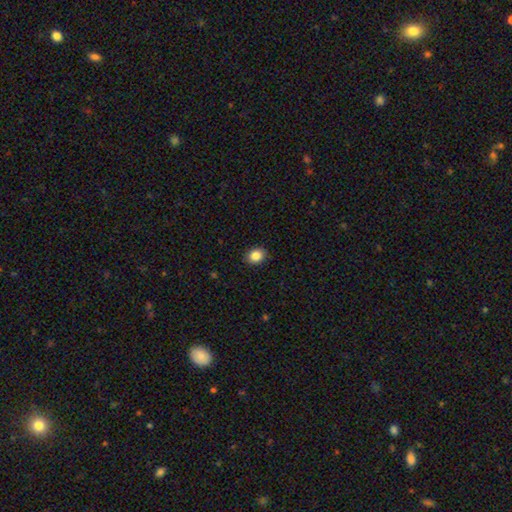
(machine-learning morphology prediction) Smooth or featured: smooth — 86% (star or artifact — 9%)
How rounded: round — 51% (in between — 49%)
Merging: none — 89% (minor disturbance — 8%)